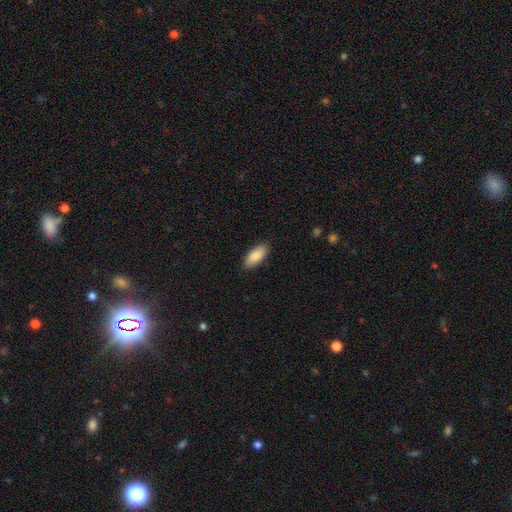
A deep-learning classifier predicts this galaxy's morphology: This is clearly a smooth galaxy (86%). How rounded: clearly in between (86%). Merging: clearly none (88%).